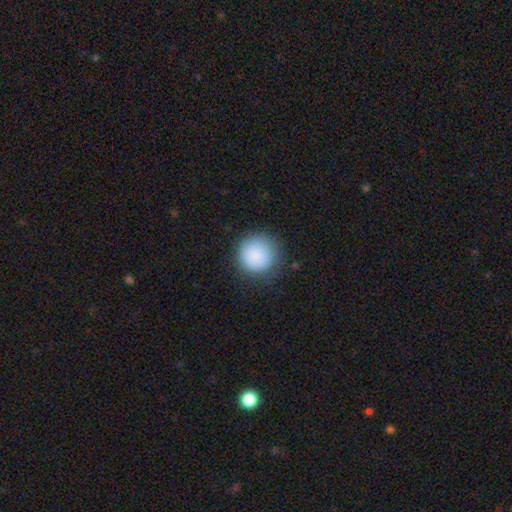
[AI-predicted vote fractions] This appears to be a smooth galaxy with no disk features (86%) that is round (95%). Merging: none (80%).